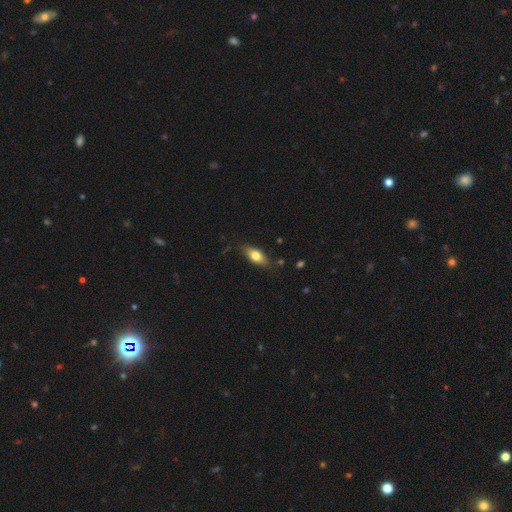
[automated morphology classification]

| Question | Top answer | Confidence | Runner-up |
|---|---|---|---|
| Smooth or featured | smooth | 73% | featured or disk (20%) |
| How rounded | in between | 80% | cigar-shaped (16%) |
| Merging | none | 79% | minor disturbance (16%) |